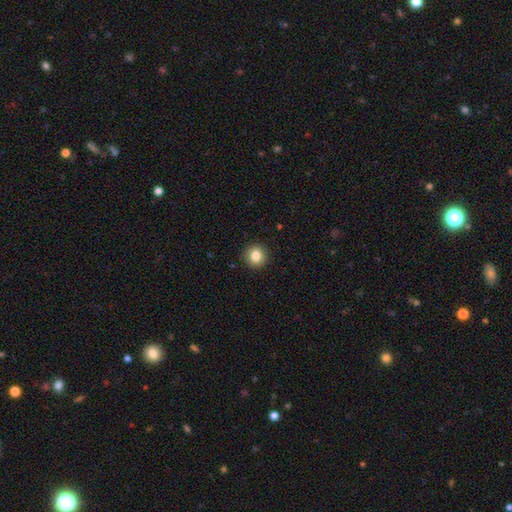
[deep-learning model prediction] Overall: smooth (84%). How rounded: round (93%). Merging: none (92%).